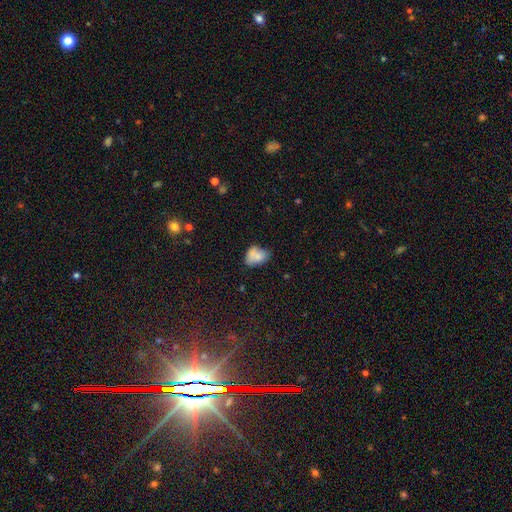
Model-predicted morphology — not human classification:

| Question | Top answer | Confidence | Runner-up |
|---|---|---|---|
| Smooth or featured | smooth | 72% | featured or disk (17%) |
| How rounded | in between | 73% | round (25%) |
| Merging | none | 37% | merger (27%) |